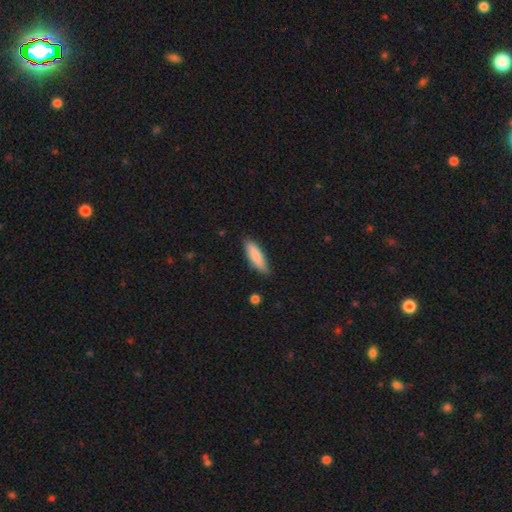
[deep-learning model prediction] This appears to be a smooth galaxy with no disk features (82%) that is cigar-shaped (59%). Merging: none (85%).